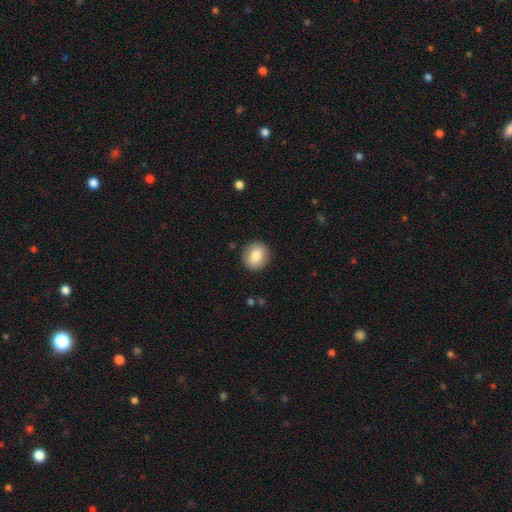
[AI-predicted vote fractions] A smooth galaxy with no disk features (82%) that is round (82%).

Vote fractions:
- Smooth or featured? smooth: 82% / featured or disk: 10% / star or artifact: 8%
- How rounded? round: 82% / in between: 17% / cigar-shaped: 1%
- Merging? none: 90% / minor disturbance: 7% / major disturbance: 2% / merger: 1%